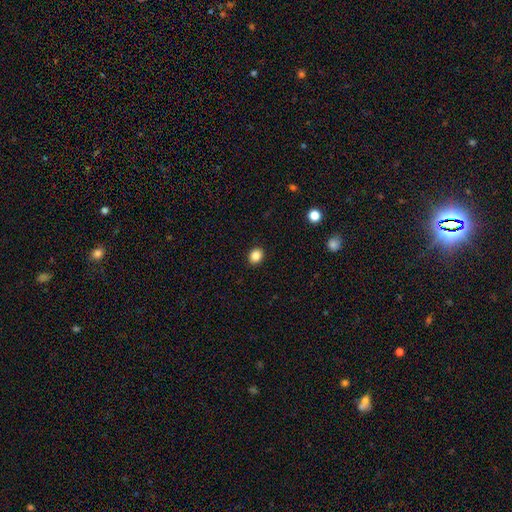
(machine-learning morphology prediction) The model was most divided on "how rounded": round: 59%, in between: 40%, cigar-shaped: 1%. More confident: merging — none (91%); smooth or featured — smooth (86%).